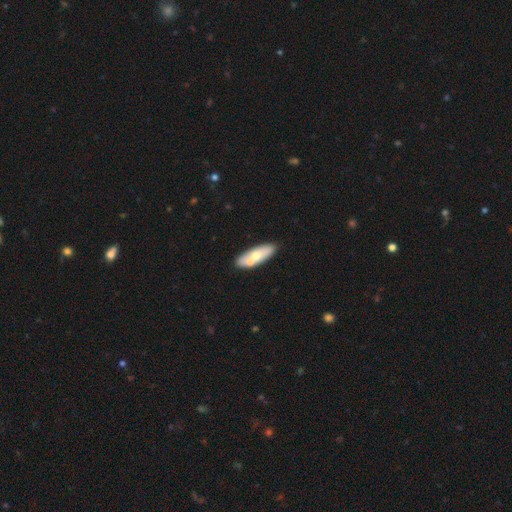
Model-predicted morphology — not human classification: smooth_or_featured: smooth (p=0.56) [alt: featured or disk p=0.38]
how_rounded: in between (p=0.60) [alt: cigar-shaped p=0.38]
merging: none (p=0.65) [alt: merger p=0.20]